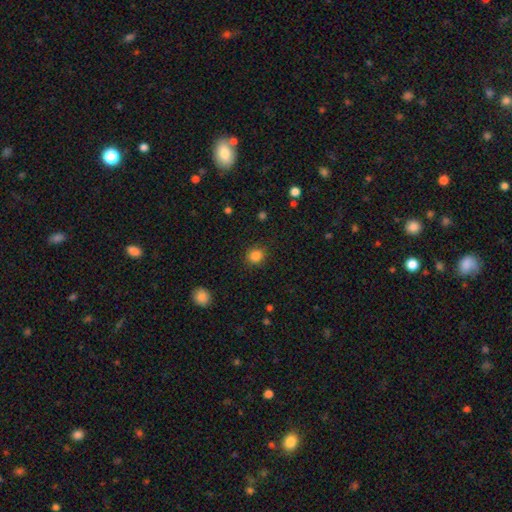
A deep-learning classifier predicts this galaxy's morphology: This is clearly a smooth galaxy (85%). How rounded: likely round (80%). Merging: clearly none (86%).